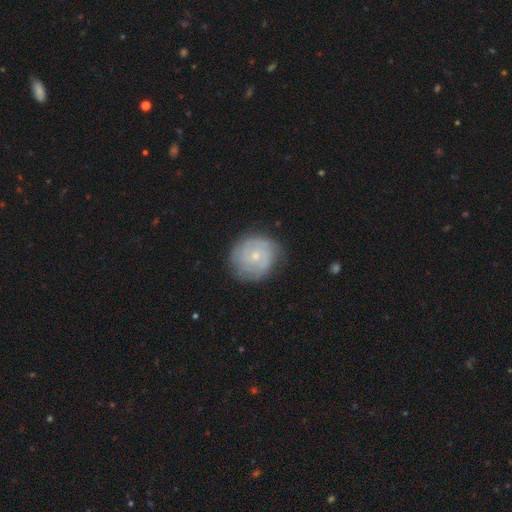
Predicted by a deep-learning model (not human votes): Smooth or featured? Predicted: featured or disk (p=0.57). Edge-on disk? Predicted: no (p=0.98). Bar? Predicted: no (p=0.78). Spiral arms? Predicted: yes (p=0.80). Bulge size? Predicted: small (p=0.65). Merging? Predicted: none (p=0.75).